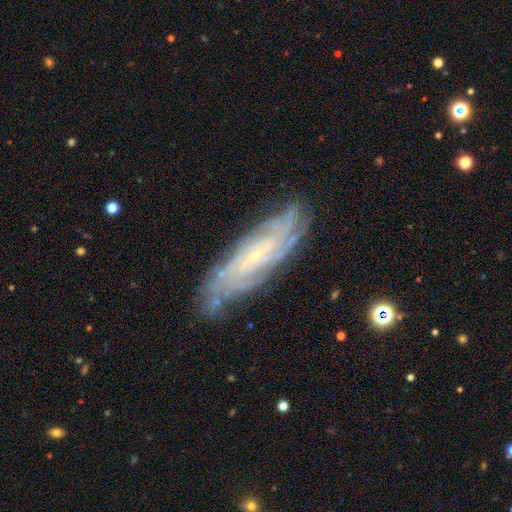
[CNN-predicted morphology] Smooth or featured? Predicted: featured or disk (p=0.83). Edge-on disk? Predicted: no (p=0.84). Bar? Predicted: no (p=0.59). Spiral arms? Predicted: yes (p=0.96). Spiral winding? Predicted: tight (p=0.73). Spiral arm count? Predicted: can't tell (p=0.38). Bulge size? Predicted: small (p=0.83). Merging? Predicted: none (p=0.79).